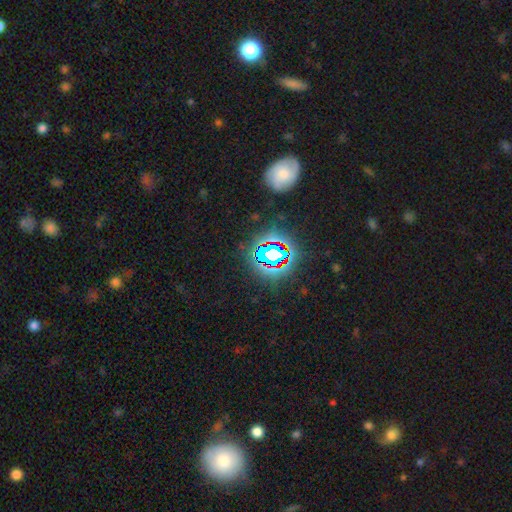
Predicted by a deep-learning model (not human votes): Q: Smooth or featured?
A: star or artifact (76%); runner-up: smooth (15%)